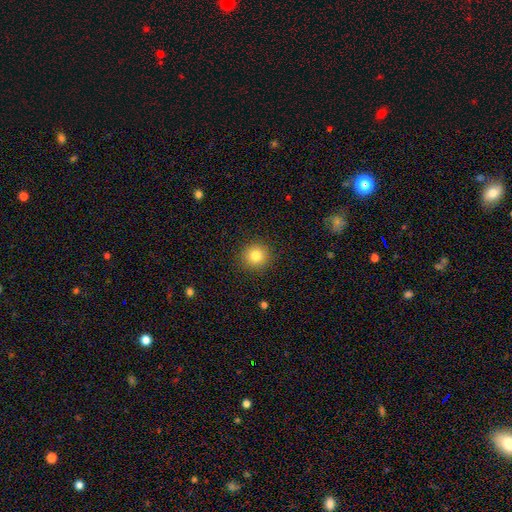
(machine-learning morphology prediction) This is clearly a smooth galaxy (82%). How rounded: clearly round (93%). Merging: clearly none (91%).